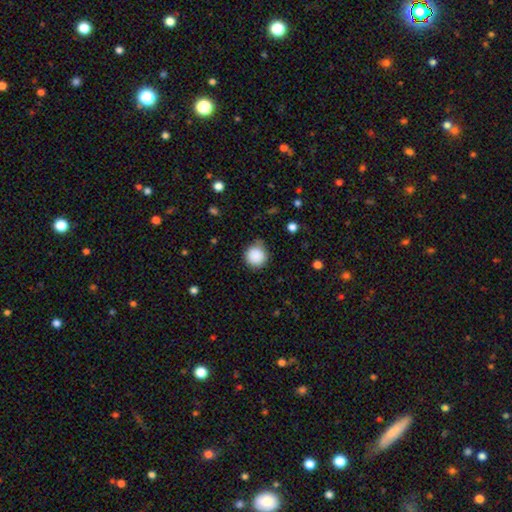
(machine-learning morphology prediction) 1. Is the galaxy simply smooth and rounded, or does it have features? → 88% smooth, 9% star or artifact, 3% featured or disk.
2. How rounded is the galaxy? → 93% round, 6% in between, 1% cigar-shaped.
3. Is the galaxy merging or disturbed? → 76% none, 18% minor disturbance, 4% major disturbance, 2% merger.